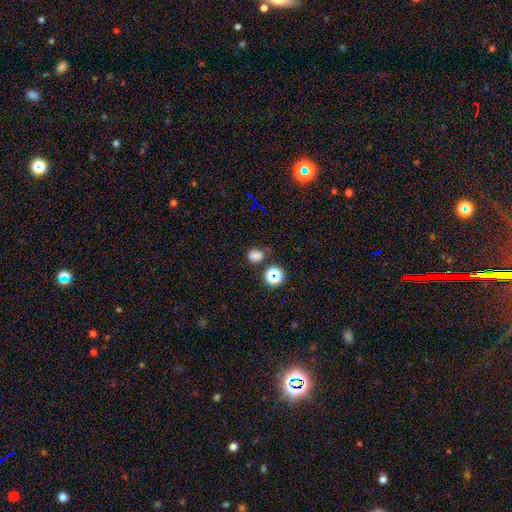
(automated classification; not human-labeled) Smooth or featured? smooth (71%)
How rounded? in between (54%)
Merging? none (62%)